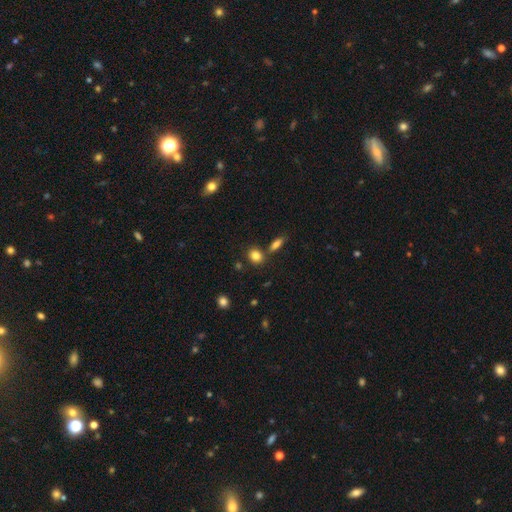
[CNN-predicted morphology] The model was most divided on "how rounded": round: 57%, in between: 41%, cigar-shaped: 2%. More confident: smooth or featured — smooth (83%); merging — none (72%).